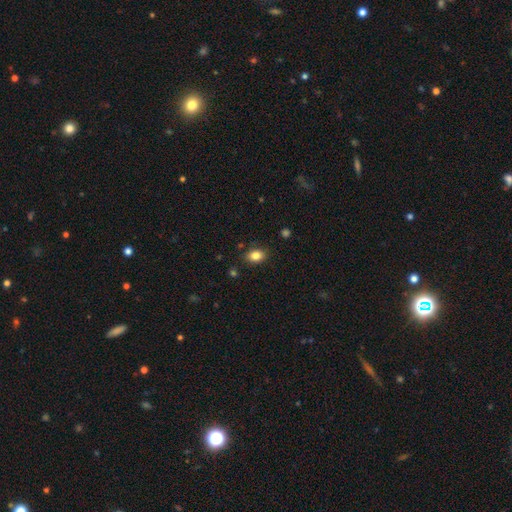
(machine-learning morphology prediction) Smooth or featured? smooth (83%)
How rounded? in between (76%)
Merging? none (85%)